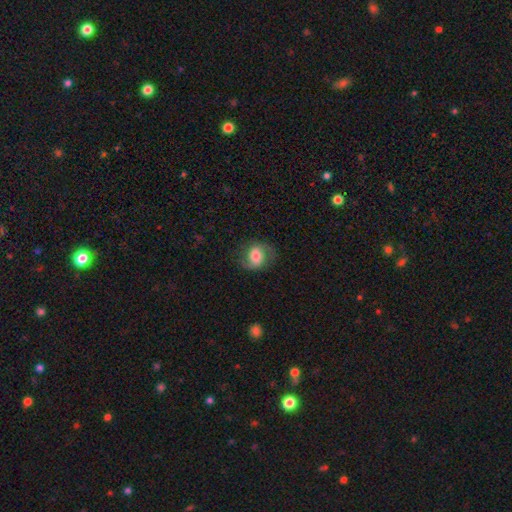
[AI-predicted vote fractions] smooth_or_featured: featured or disk (p=0.51) [alt: smooth p=0.41]
disk_edge_on: no (p=0.96) [alt: yes p=0.04]
merging: none (p=0.72) [alt: minor disturbance p=0.18]